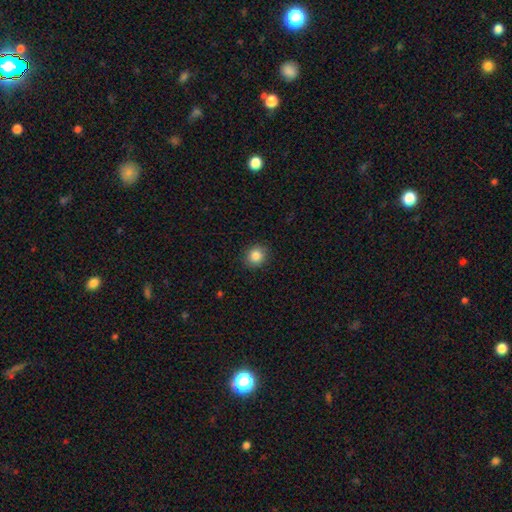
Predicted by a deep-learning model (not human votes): Smooth or featured?
  - smooth: 85% *
  - star or artifact: 10%
  - featured or disk: 5%
How rounded?
  - round: 81% *
  - in between: 18%
  - cigar-shaped: 1%
Merging?
  - none: 90% *
  - minor disturbance: 7%
  - major disturbance: 2%
  - merger: 1%